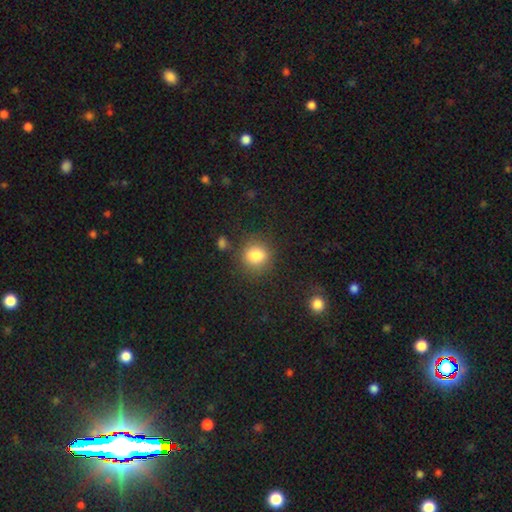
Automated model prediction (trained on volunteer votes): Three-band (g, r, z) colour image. It shows a smooth galaxy with no disk features (83%) that is round (79%). Merging: none (81%).